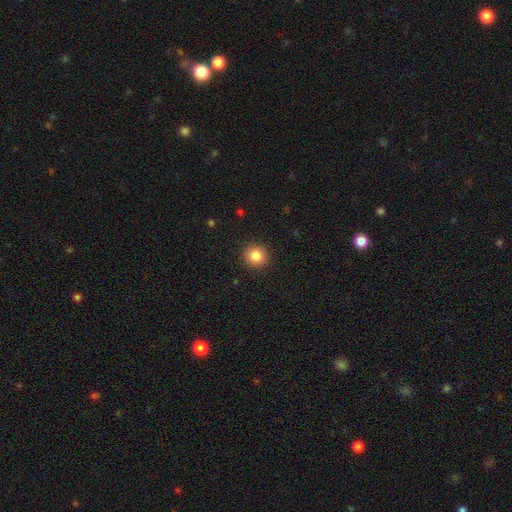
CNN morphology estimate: Smooth or featured: smooth — 85% (star or artifact — 10%)
How rounded: round — 92% (in between — 7%)
Merging: none — 91% (minor disturbance — 6%)